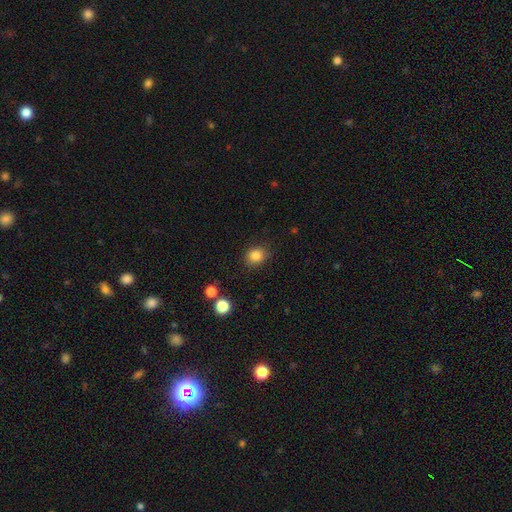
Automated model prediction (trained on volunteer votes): smooth 84%, star or artifact 11%, featured or disk 5%. Down the decision tree: how rounded — round (63%); merging — none (86%).